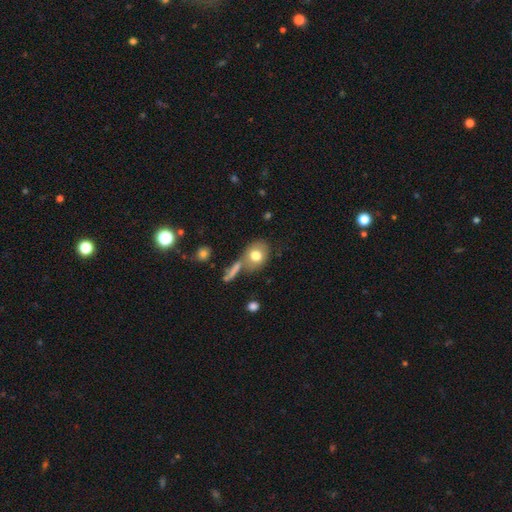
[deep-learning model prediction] Q: Smooth or featured?
A: smooth (74%); runner-up: featured or disk (18%)
Q: How rounded?
A: in between (52%); runner-up: round (46%)
Q: Merging?
A: none (52%); runner-up: merger (23%)